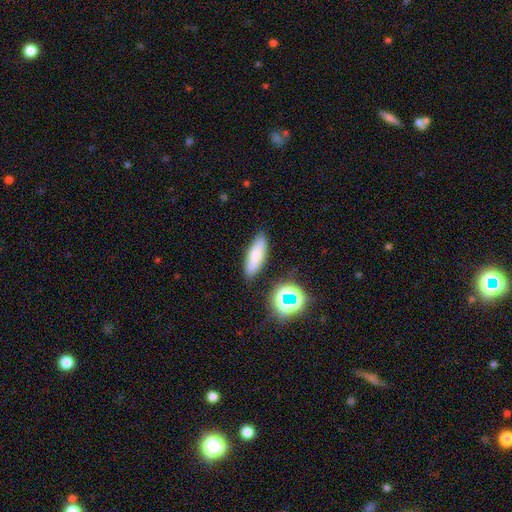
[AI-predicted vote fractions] smooth 73%, featured or disk 15%, star or artifact 11%. Down the decision tree: how rounded — in between (53%); merging — none (82%).